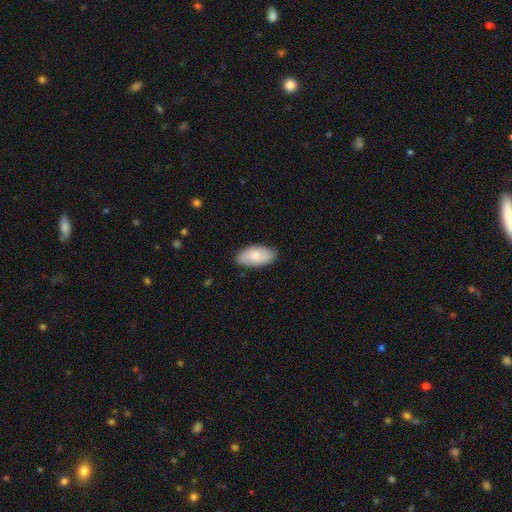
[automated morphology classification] This is likely a smooth galaxy (79%). How rounded: clearly in between (94%). Merging: clearly none (84%).